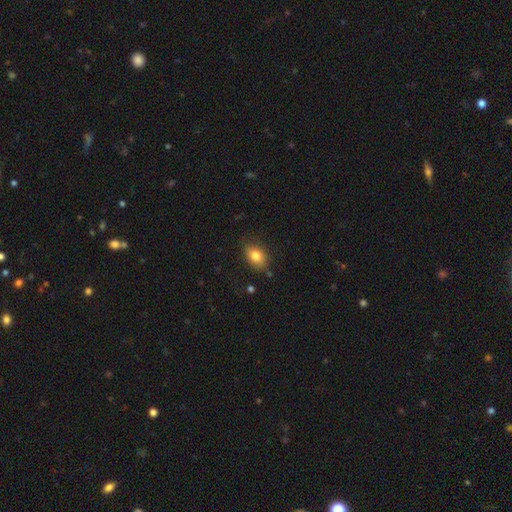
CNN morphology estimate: smooth_or_featured: smooth (p=0.81) [alt: featured or disk p=0.10]
how_rounded: in between (p=0.79) [alt: round p=0.20]
merging: none (p=0.79) [alt: minor disturbance p=0.15]